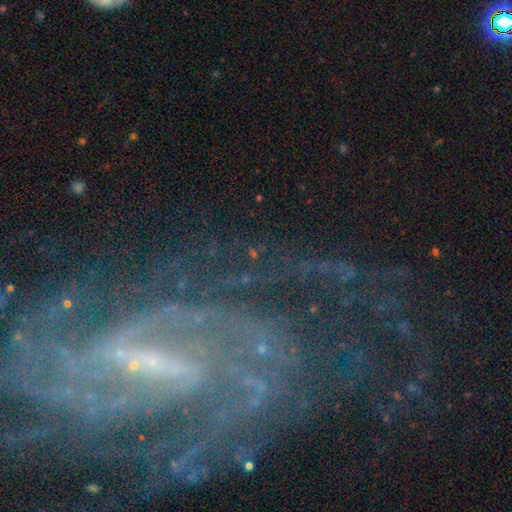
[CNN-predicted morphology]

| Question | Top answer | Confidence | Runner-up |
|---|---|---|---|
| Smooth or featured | featured or disk | 82% | star or artifact (12%) |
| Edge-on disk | no | 95% | yes (5%) |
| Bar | strong | 48% | weak (32%) |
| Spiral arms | yes | 93% | no (7%) |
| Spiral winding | tight | 45% | medium (40%) |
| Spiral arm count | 2 | 37% | can't tell (20%) |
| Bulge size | small | 72% | moderate (14%) |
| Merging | none | 61% | major disturbance (19%) |